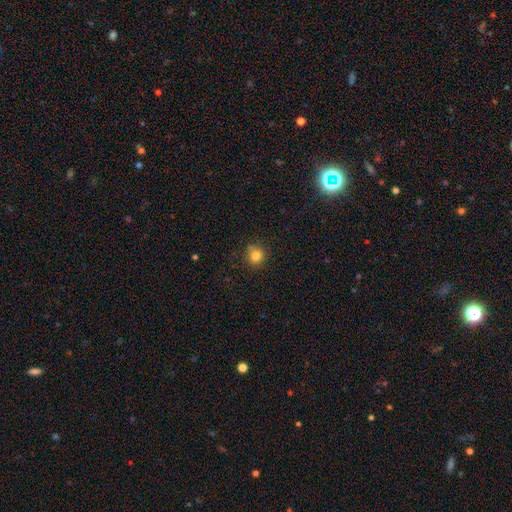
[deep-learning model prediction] smooth-or-featured: smooth: 81% | star or artifact: 13% | featured or disk: 6%
  how-rounded: round: 90% | in between: 9% | cigar-shaped: 1%
  merging: none: 77% | minor disturbance: 12% | merger: 7% | major disturbance: 3%